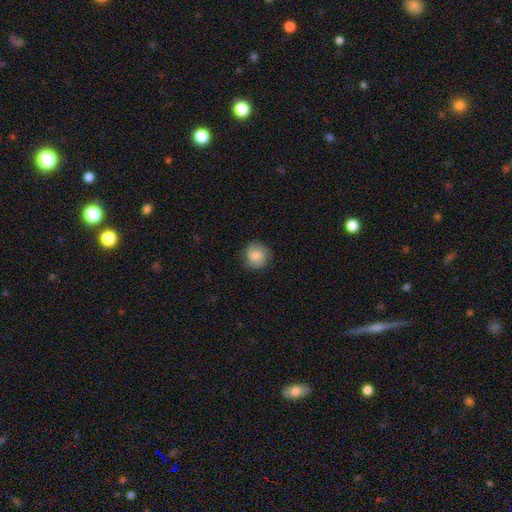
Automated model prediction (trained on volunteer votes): Morphology: type=smooth (72%); roundness=round (86%); merging=none (78%).